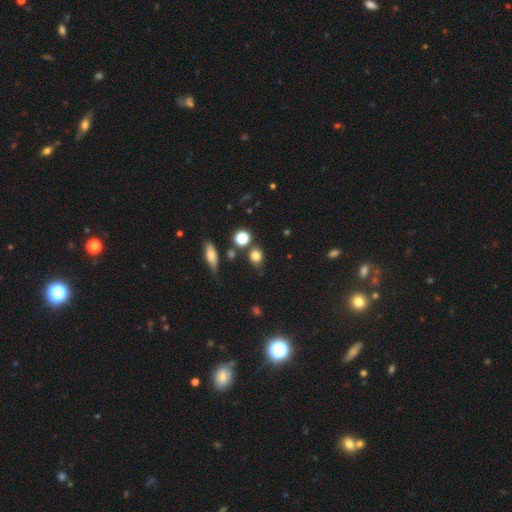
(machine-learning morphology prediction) A smooth galaxy with no disk features (78%) that is round (68%).

Vote fractions:
- Smooth or featured? smooth: 78% / star or artifact: 14% / featured or disk: 8%
- How rounded? round: 68% / in between: 30% / cigar-shaped: 2%
- Merging? none: 74% / minor disturbance: 14% / merger: 8% / major disturbance: 4%